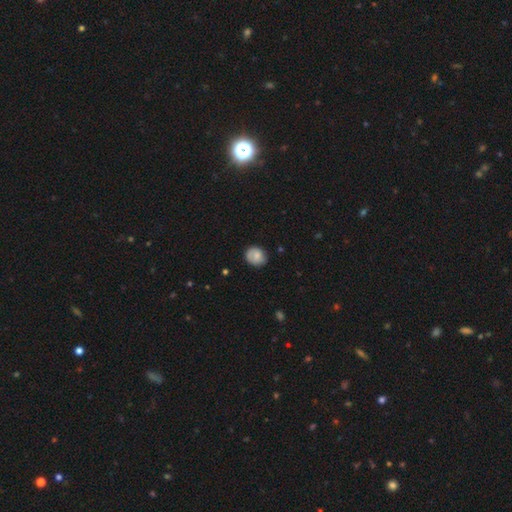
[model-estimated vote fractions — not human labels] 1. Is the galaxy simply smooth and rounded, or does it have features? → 77% smooth, 15% featured or disk, 8% star or artifact.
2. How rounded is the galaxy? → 69% round, 31% in between, 1% cigar-shaped.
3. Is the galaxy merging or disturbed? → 75% none, 19% minor disturbance, 4% major disturbance, 1% merger.